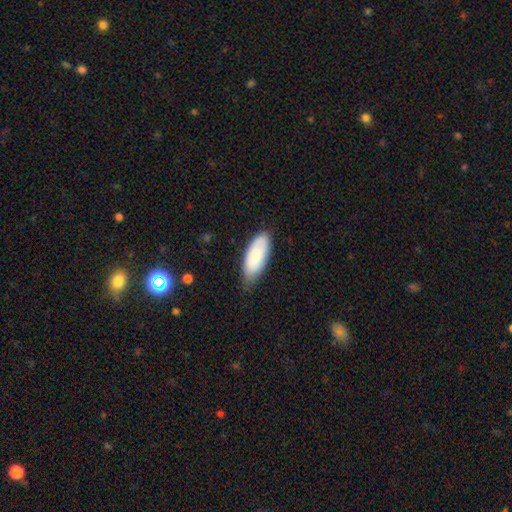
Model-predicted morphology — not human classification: smooth 78%, featured or disk 16%, star or artifact 6%. Down the decision tree: how rounded — in between (84%); merging — none (67%).